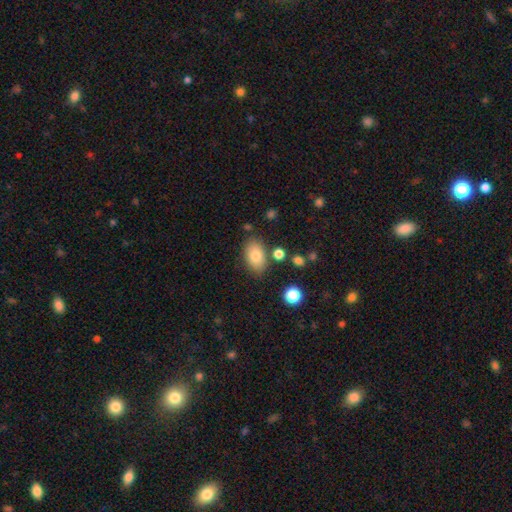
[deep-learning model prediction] This is likely a smooth galaxy (80%). How rounded: clearly in between (89%). Merging: likely none (79%).